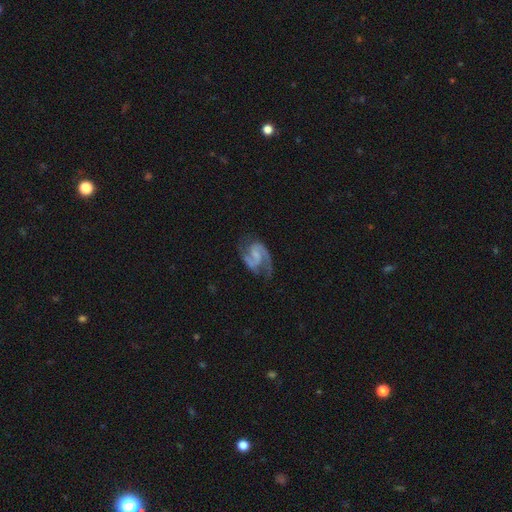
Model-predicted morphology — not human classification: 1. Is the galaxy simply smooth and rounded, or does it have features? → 88% featured or disk, 7% smooth, 5% star or artifact.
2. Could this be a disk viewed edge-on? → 98% no, 2% yes.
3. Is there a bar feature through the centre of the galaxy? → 48% weak, 35% no, 16% strong.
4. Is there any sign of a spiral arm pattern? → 97% yes, 3% no.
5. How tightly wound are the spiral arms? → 58% medium, 22% loose, 20% tight.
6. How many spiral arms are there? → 91% 2, 3% can't tell, 3% 1, 2% 3, 1% 4, 1% more than 4.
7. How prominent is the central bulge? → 52% none, 29% small, 15% moderate, 3% large, 1% dominant.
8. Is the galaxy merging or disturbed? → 66% none, 20% minor disturbance, 11% major disturbance, 2% merger.